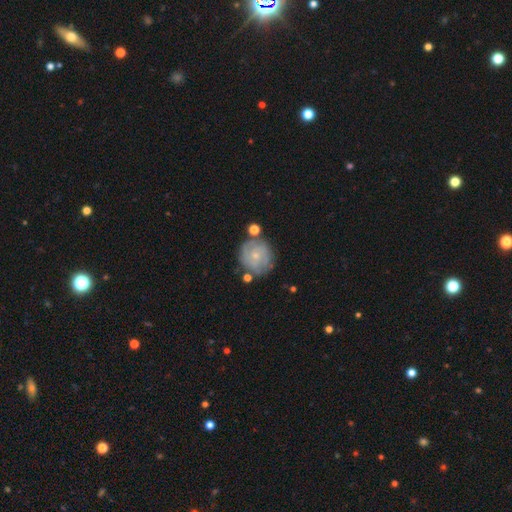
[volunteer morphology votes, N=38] This is likely a featured or disk galaxy (79%). It is clearly not viewed edge-on (100%). Bar: likely no (67%). Spiral arm pattern: clearly yes (90%). Spiral arm count: possibly can't tell (48%). Spiral winding: likely tight (74%). Central bulge: likely small (73%). Merging: likely none (73%).